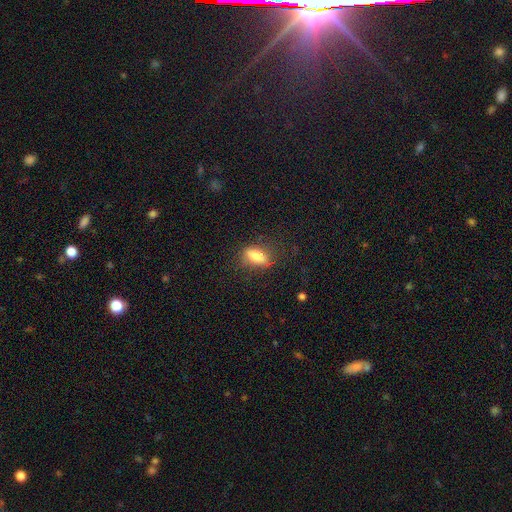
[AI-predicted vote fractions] The model was most divided on "smooth or featured": smooth: 71%, featured or disk: 20%, star or artifact: 9%. More confident: how rounded — in between (77%); merging — none (73%).